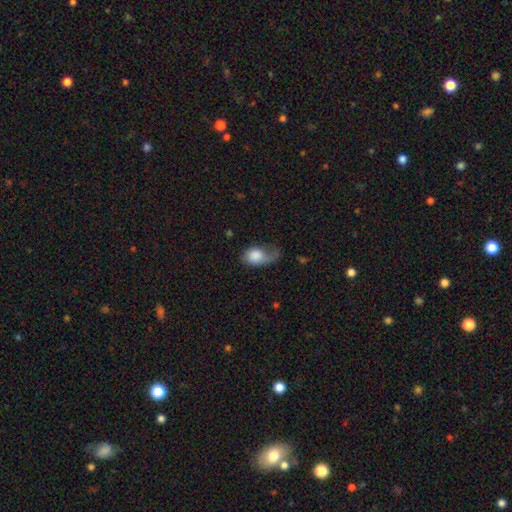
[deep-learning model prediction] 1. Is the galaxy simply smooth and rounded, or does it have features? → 72% smooth, 21% featured or disk, 7% star or artifact.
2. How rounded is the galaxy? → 72% in between, 26% round, 2% cigar-shaped.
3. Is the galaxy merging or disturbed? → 43% major disturbance, 28% minor disturbance, 24% none, 4% merger.